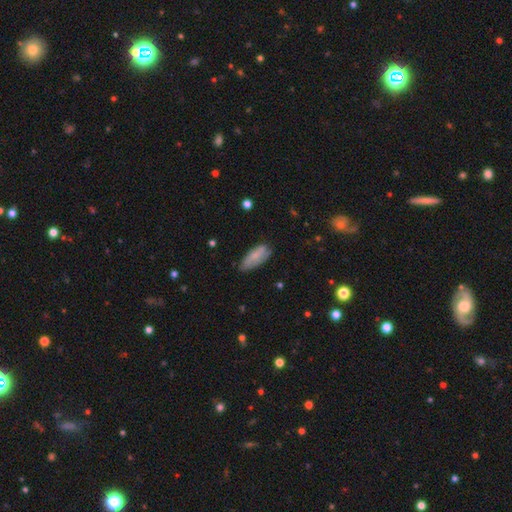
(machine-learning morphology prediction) Smooth or featured: smooth — 71% (featured or disk — 22%)
How rounded: in between — 75% (cigar-shaped — 22%)
Merging: none — 61% (minor disturbance — 30%)